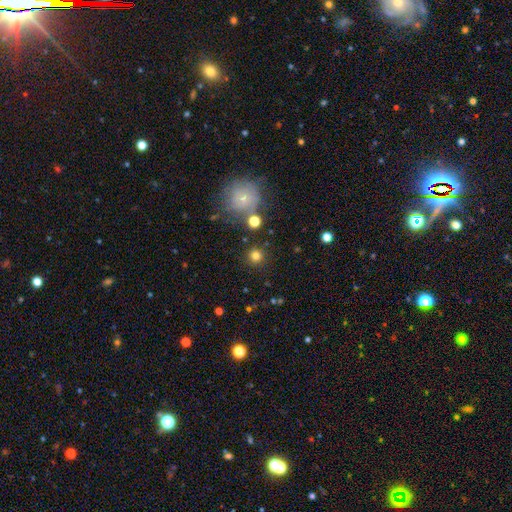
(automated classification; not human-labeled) Smooth or featured? Predicted: smooth (p=0.77). How rounded? Predicted: round (p=0.94). Merging? Predicted: none (p=0.85).